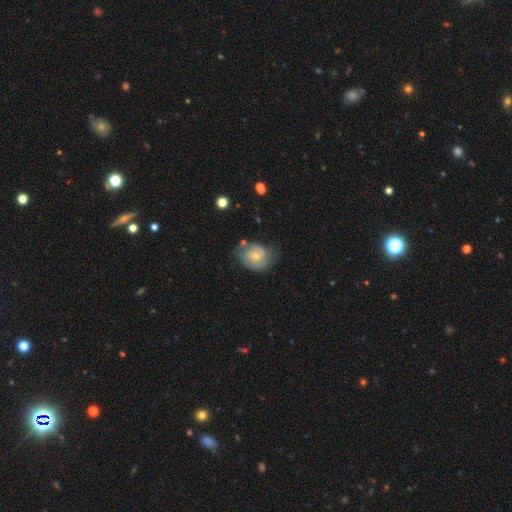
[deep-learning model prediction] Morphology: type=featured or disk (49%); merging=none (50%).